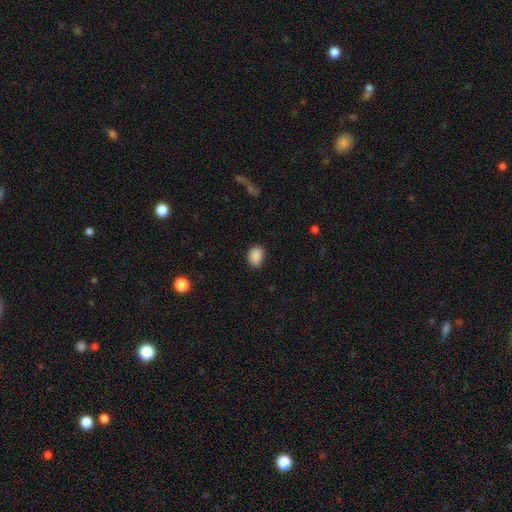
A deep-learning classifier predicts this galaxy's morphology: smooth 88%, star or artifact 8%, featured or disk 3%. Down the decision tree: how rounded — in between (71%); merging — none (80%).